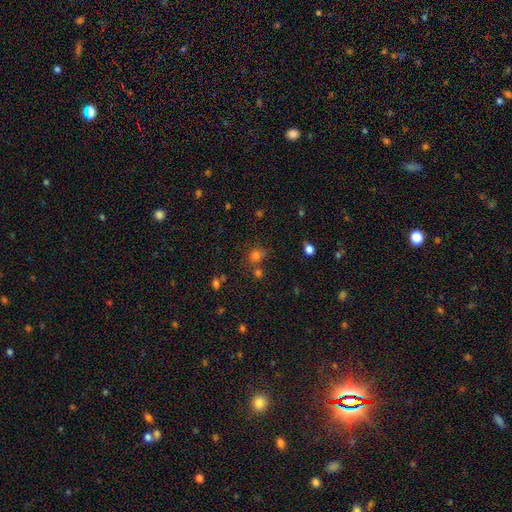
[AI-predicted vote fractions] smooth-or-featured: smooth: 71% | star or artifact: 22% | featured or disk: 6%
  how-rounded: round: 73% | in between: 26% | cigar-shaped: 1%
  merging: none: 62% | merger: 18% | minor disturbance: 13% | major disturbance: 6%